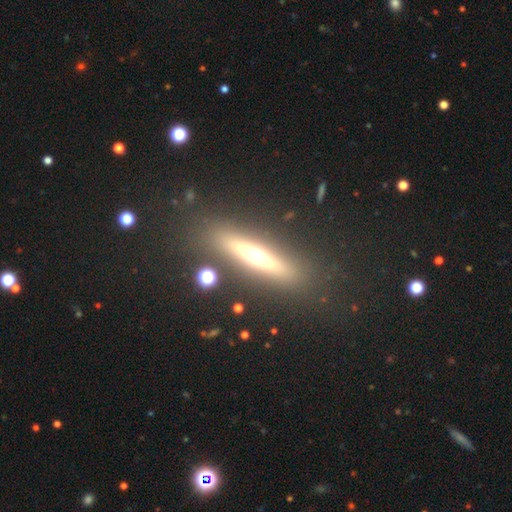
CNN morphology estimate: smooth_or_featured: featured or disk (p=0.56) [alt: smooth p=0.35]
disk_edge_on: yes (p=0.89) [alt: no p=0.11]
merging: none (p=0.85) [alt: minor disturbance p=0.09]